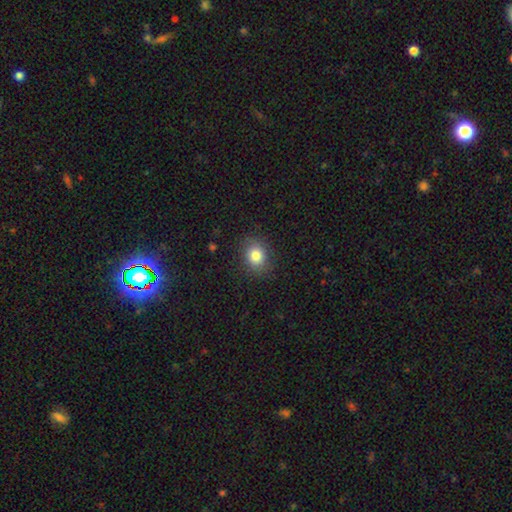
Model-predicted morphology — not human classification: Smooth or featured: smooth — 82% (star or artifact — 11%)
How rounded: round — 63% (in between — 36%)
Merging: none — 86% (minor disturbance — 10%)